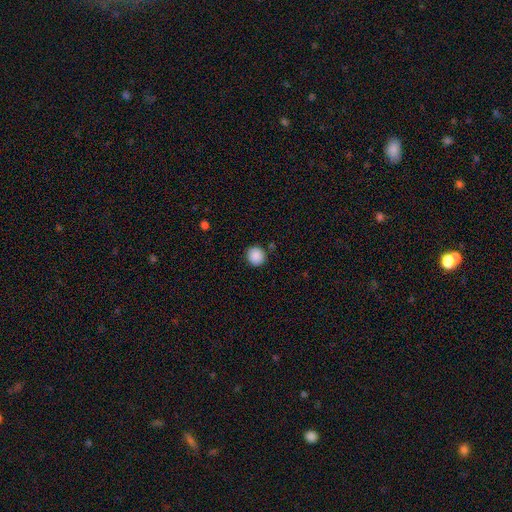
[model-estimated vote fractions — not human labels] Morphology: type=smooth (89%); roundness=round (88%); merging=none (88%).